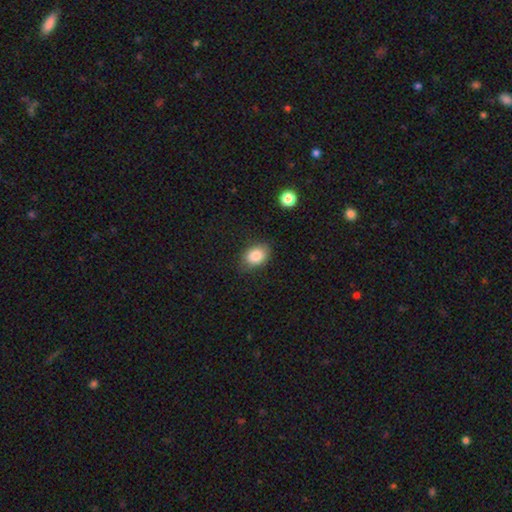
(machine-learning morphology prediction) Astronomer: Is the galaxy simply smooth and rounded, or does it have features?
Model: smooth — 85%.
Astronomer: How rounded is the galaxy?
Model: in between — 75%.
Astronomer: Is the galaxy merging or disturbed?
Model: none — 77%.